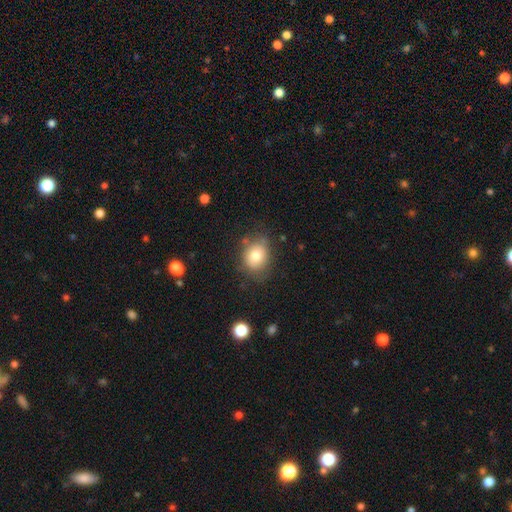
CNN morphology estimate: The model was most divided on "how rounded": round: 63%, in between: 36%, cigar-shaped: 1%. More confident: smooth or featured — smooth (78%); merging — none (73%).